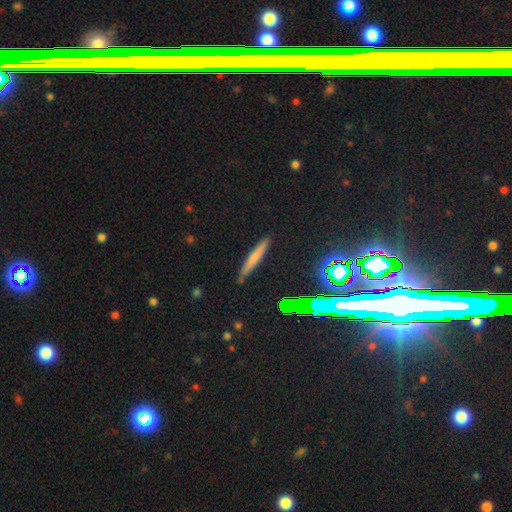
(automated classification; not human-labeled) Q: Smooth or featured?
A: smooth (56%); runner-up: featured or disk (29%)
Q: How rounded?
A: cigar-shaped (93%); runner-up: in between (5%)
Q: Merging?
A: none (86%); runner-up: minor disturbance (10%)